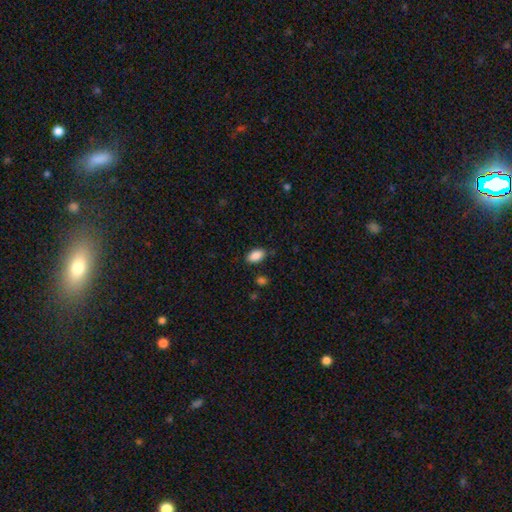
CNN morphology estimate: smooth 89%, star or artifact 8%, featured or disk 4%. Down the decision tree: how rounded — in between (93%); merging — none (83%).